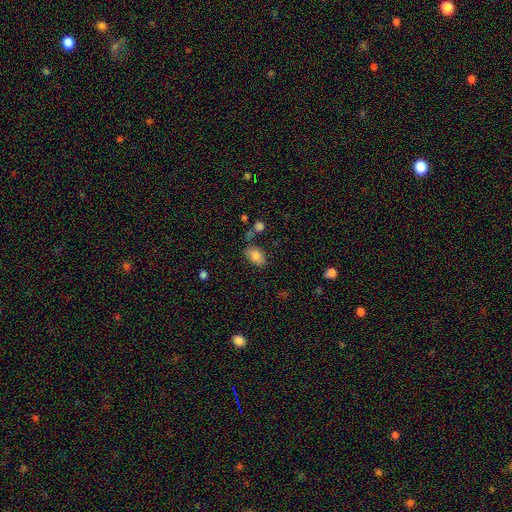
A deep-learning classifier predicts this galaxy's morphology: type=smooth (83%); roundness=in between (89%); merging=none (69%).